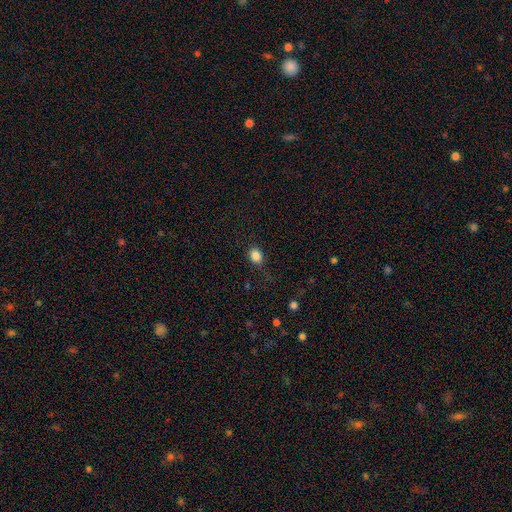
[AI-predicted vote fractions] Smooth or featured: smooth — 85% (star or artifact — 11%)
How rounded: round — 55% (in between — 43%)
Merging: none — 81% (minor disturbance — 14%)